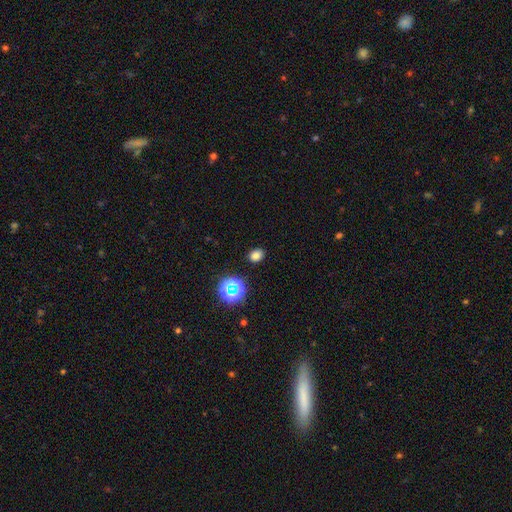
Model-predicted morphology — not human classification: Q: Smooth or featured?
A: smooth (75%); runner-up: star or artifact (19%)
Q: How rounded?
A: in between (50%); runner-up: round (49%)
Q: Merging?
A: none (89%); runner-up: minor disturbance (7%)